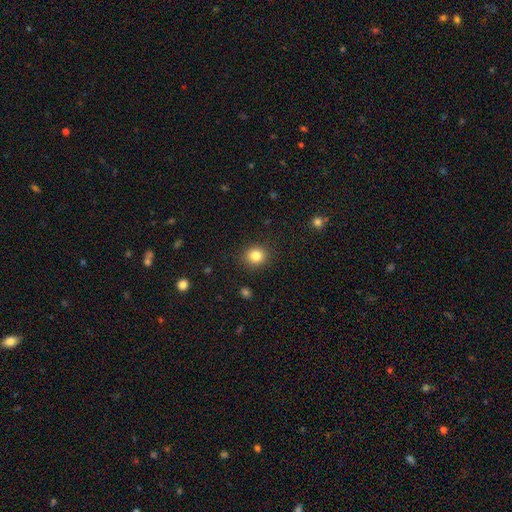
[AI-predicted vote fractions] smooth 83%, star or artifact 12%, featured or disk 6%. Down the decision tree: how rounded — round (82%); merging — none (89%).